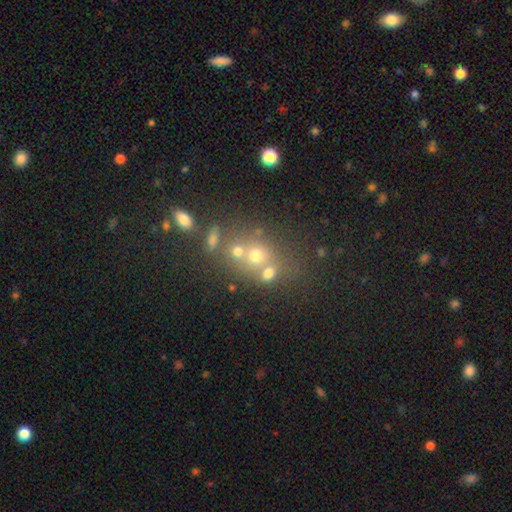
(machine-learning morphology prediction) This appears to be a smooth galaxy with no disk features (58%) that is round (70%). Merging: none (46%).